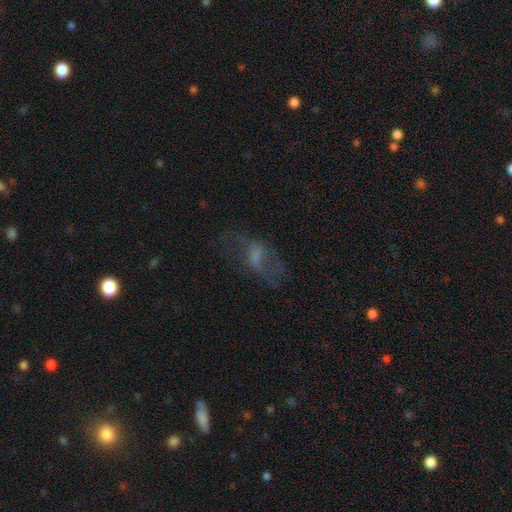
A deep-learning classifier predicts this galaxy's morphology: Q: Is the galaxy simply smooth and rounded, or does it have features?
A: featured or disk — 45%.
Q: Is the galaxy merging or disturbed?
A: none — 55%.